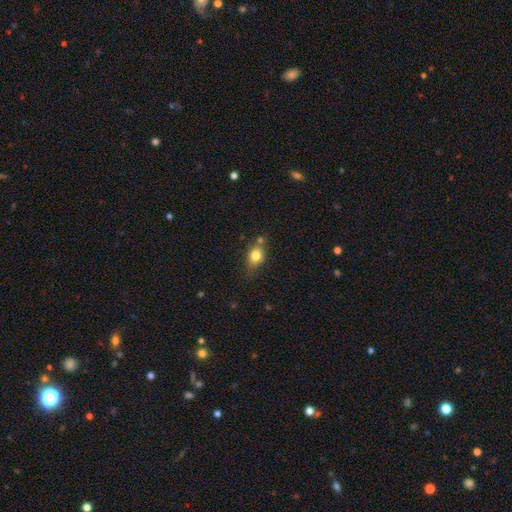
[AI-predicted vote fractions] The model was most divided on "how rounded": in between: 61%, round: 35%, cigar-shaped: 4%. More confident: smooth or featured — smooth (77%); merging — none (61%).